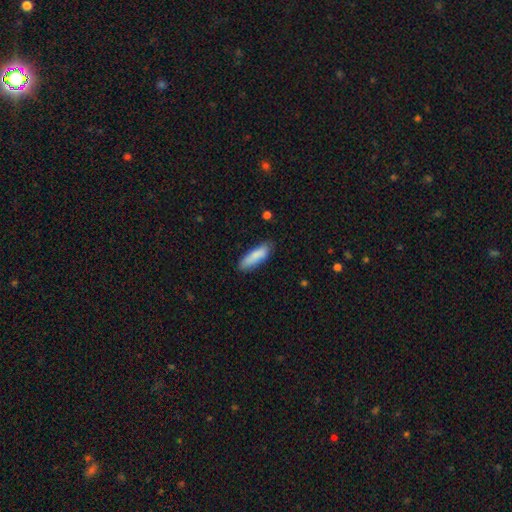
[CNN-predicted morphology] Smooth or featured: smooth — 85% (featured or disk — 9%)
How rounded: cigar-shaped — 51% (in between — 47%)
Merging: none — 77% (minor disturbance — 18%)